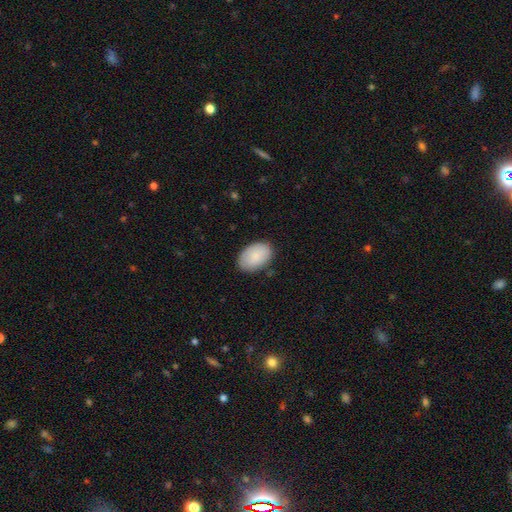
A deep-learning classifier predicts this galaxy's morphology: type=smooth (87%); roundness=in between (91%); merging=none (84%).